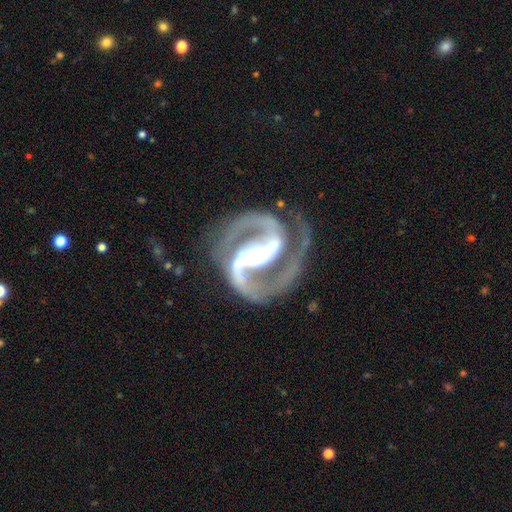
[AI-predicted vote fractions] featured or disk 94%, star or artifact 4%, smooth 2%. Down the decision tree: edge-on disk — no (98%); bar — strong (64%); spiral arms — yes (99%); spiral arm count — 2 (94%); spiral winding — medium (63%); bulge size — moderate (60%); merging — none (77%).